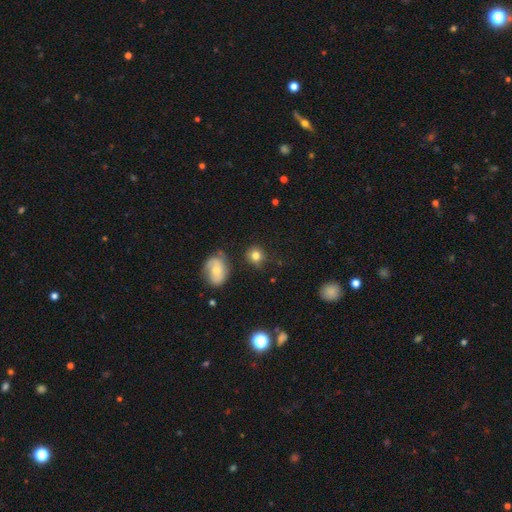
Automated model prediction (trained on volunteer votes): Morphology: type=smooth (79%); roundness=round (84%); merging=none (77%).